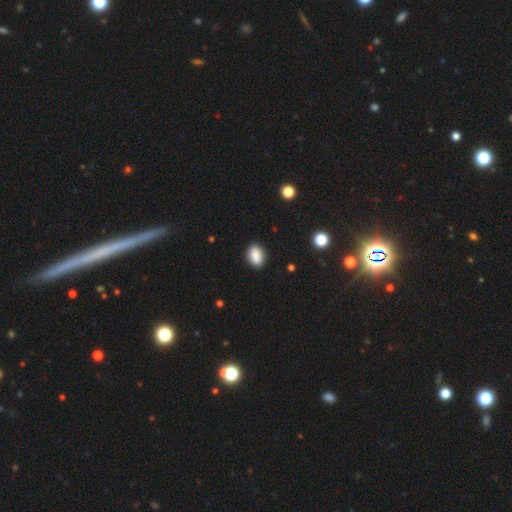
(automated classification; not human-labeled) Q: Smooth or featured?
A: smooth (89%); runner-up: star or artifact (8%)
Q: How rounded?
A: in between (83%); runner-up: round (16%)
Q: Merging?
A: none (88%); runner-up: minor disturbance (9%)